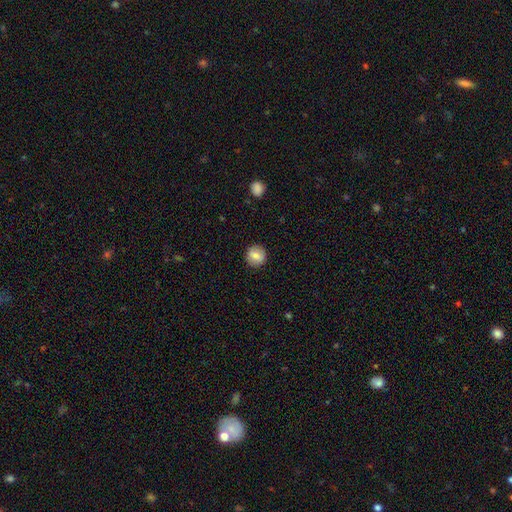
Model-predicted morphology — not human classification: This appears to be a smooth galaxy with no disk features (77%) that is round (88%). Merging: none (90%).